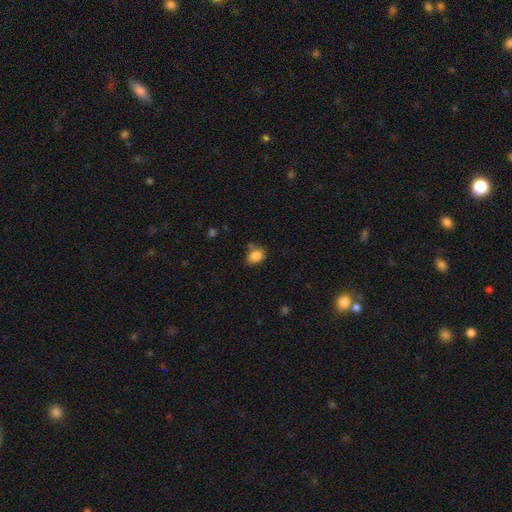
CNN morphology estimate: The model was most divided on "how rounded": in between: 67%, round: 32%, cigar-shaped: 1%. More confident: smooth or featured — smooth (86%); merging — none (67%).